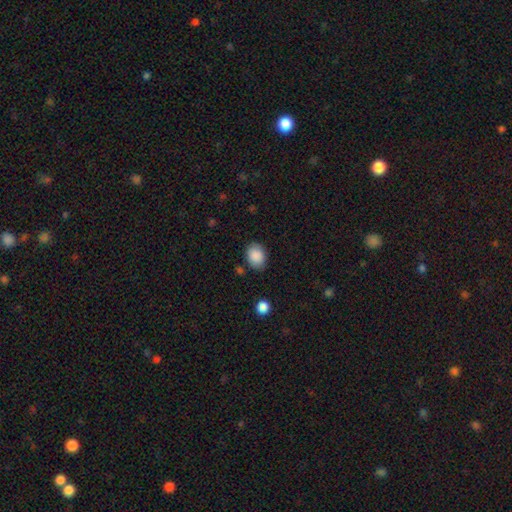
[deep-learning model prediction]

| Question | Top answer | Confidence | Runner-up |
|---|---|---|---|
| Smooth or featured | smooth | 89% | star or artifact (8%) |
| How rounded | in between | 60% | round (39%) |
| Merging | none | 81% | minor disturbance (13%) |